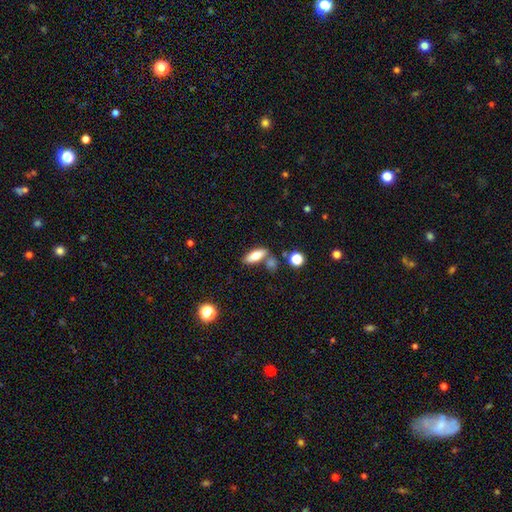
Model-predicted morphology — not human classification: Smooth or featured?
  - smooth: 72% *
  - featured or disk: 20%
  - star or artifact: 8%
How rounded?
  - in between: 72% *
  - cigar-shaped: 24%
  - round: 4%
Merging?
  - none: 69% *
  - merger: 15%
  - minor disturbance: 12%
  - major disturbance: 4%